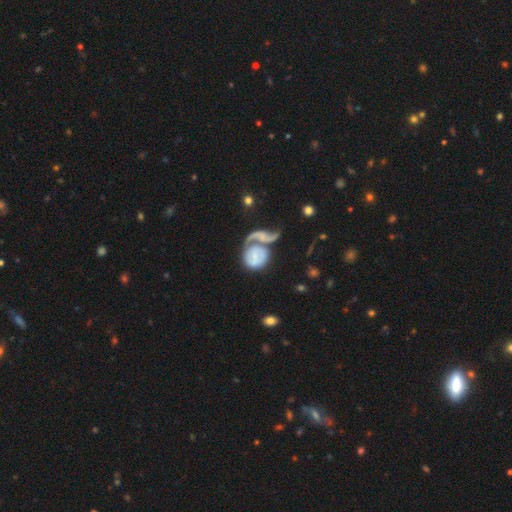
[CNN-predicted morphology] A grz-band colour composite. It shows a featured or disk galaxy (55%) with no bar (60%), spiral arms (73%) and no central bulge (40%). Merging: merger (49%).